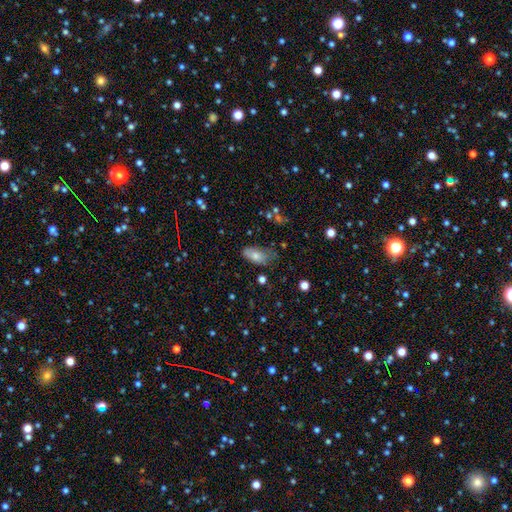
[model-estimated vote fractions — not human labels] Smooth or featured? smooth (75%)
How rounded? in between (90%)
Merging? none (49%)